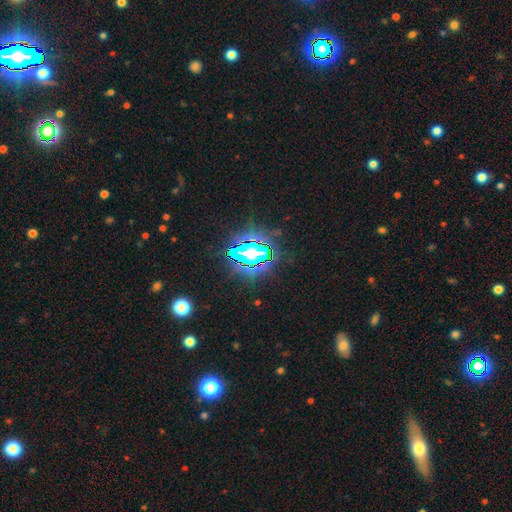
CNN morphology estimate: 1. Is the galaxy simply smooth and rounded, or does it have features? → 74% star or artifact, 14% smooth, 12% featured or disk.